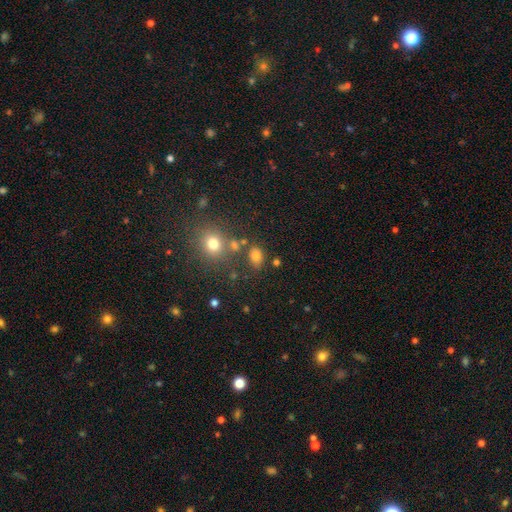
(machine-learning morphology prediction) The model was most divided on "how rounded": in between: 67%, round: 32%, cigar-shaped: 1%. More confident: smooth or featured — smooth (73%); merging — none (72%).